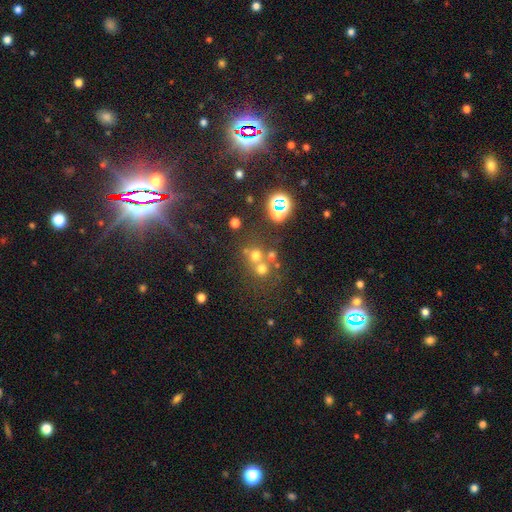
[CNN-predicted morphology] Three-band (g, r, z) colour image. It shows a smooth galaxy with no disk features (58%) that is round (88%). Merging: none (53%).